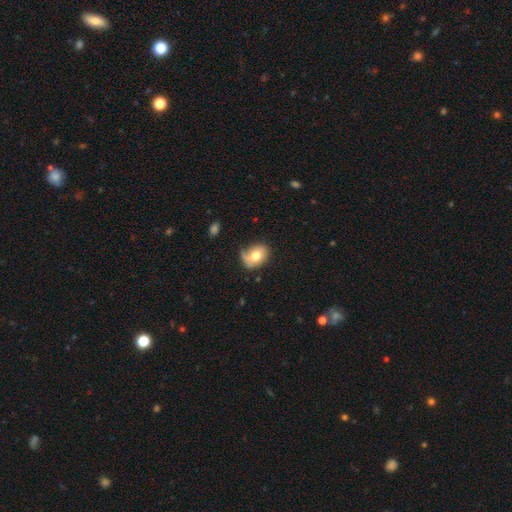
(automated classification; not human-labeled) Smooth or featured?
  - smooth: 70% *
  - featured or disk: 21%
  - star or artifact: 8%
How rounded?
  - in between: 53% *
  - round: 46%
  - cigar-shaped: 1%
Merging?
  - none: 49% *
  - minor disturbance: 32%
  - major disturbance: 15%
  - merger: 5%